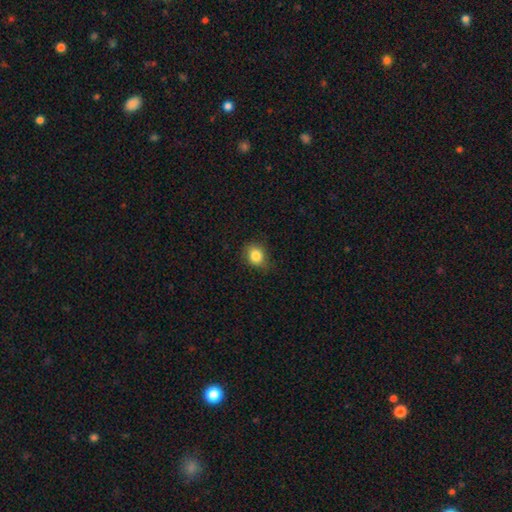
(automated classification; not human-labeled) Smooth or featured?
  - smooth: 84% *
  - star or artifact: 10%
  - featured or disk: 6%
How rounded?
  - round: 62% *
  - in between: 37%
  - cigar-shaped: 1%
Merging?
  - none: 74% *
  - minor disturbance: 21%
  - major disturbance: 4%
  - merger: 1%